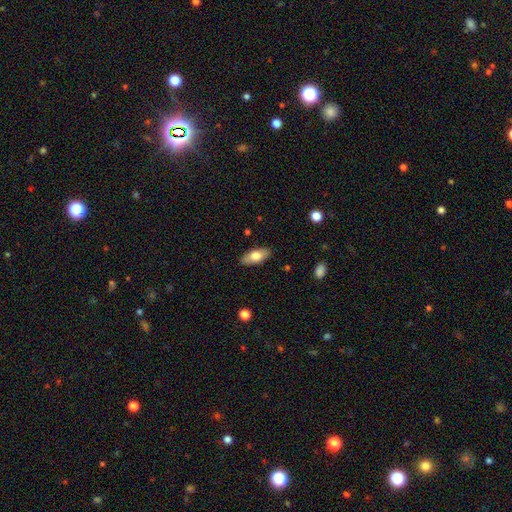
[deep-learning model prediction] smooth 74%, featured or disk 20%, star or artifact 6%. Down the decision tree: how rounded — in between (86%); merging — none (88%).